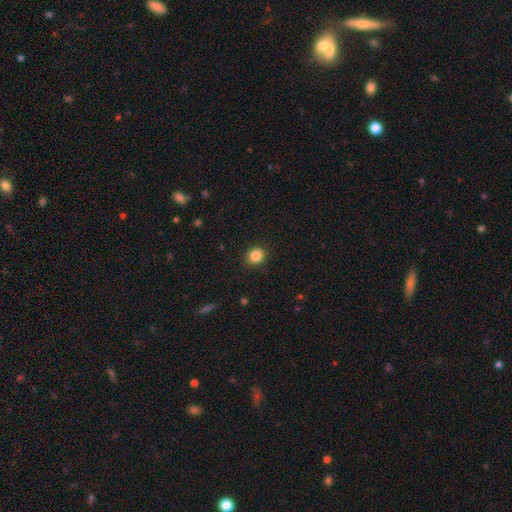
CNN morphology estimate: This is clearly a smooth galaxy (86%). How rounded: likely round (67%). Merging: clearly none (90%).